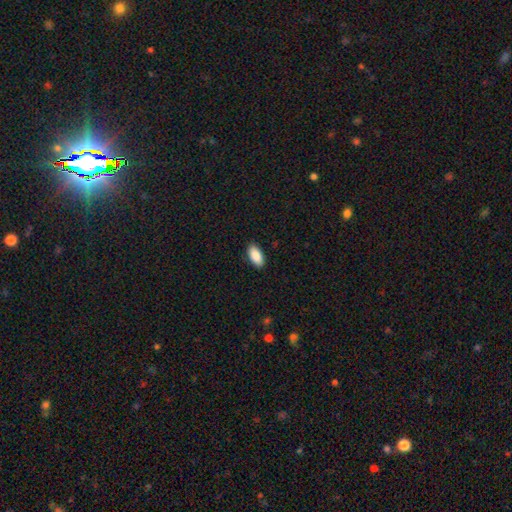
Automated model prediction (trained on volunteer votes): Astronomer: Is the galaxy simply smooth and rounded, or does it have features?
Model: smooth — 88%.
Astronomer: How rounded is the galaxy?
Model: in between — 92%.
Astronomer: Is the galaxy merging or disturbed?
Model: none — 89%.